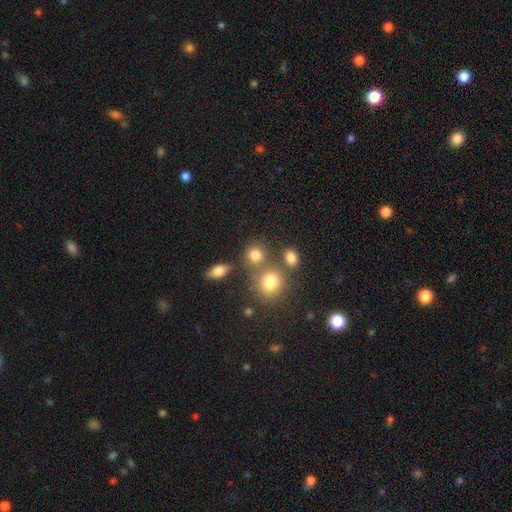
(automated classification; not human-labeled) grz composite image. It shows a smooth galaxy with no disk features (78%) that is round (78%). Merging: none (62%).